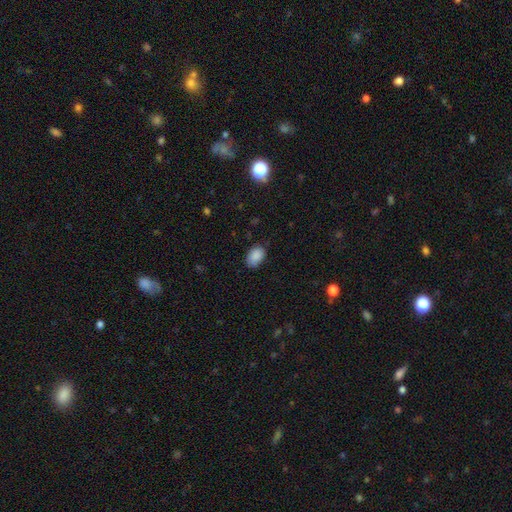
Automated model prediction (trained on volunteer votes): Smooth or featured: smooth — 88% (star or artifact — 8%)
How rounded: in between — 84% (round — 15%)
Merging: none — 73% (minor disturbance — 22%)